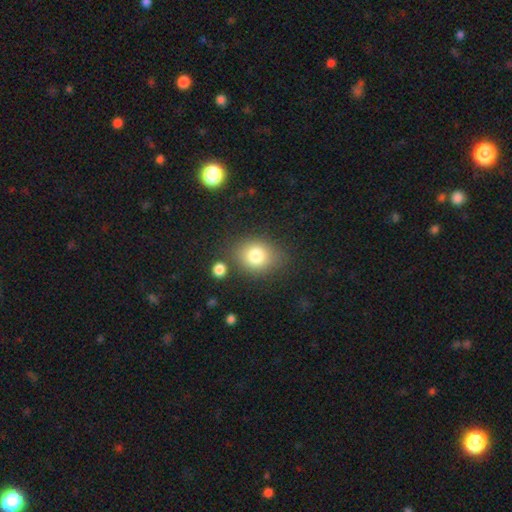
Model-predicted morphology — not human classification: A smooth galaxy with no disk features (80%) that is round (63%). Merging: none (75%).